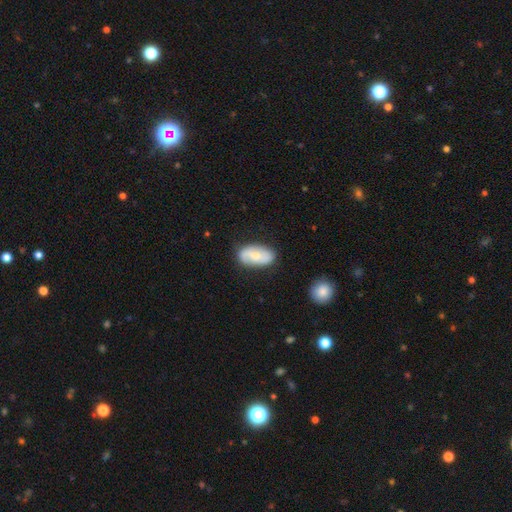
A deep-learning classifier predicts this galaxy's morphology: This appears to be a smooth galaxy with no disk features (54%) that is in between round and cigar-shaped (92%). Merging: none (80%).